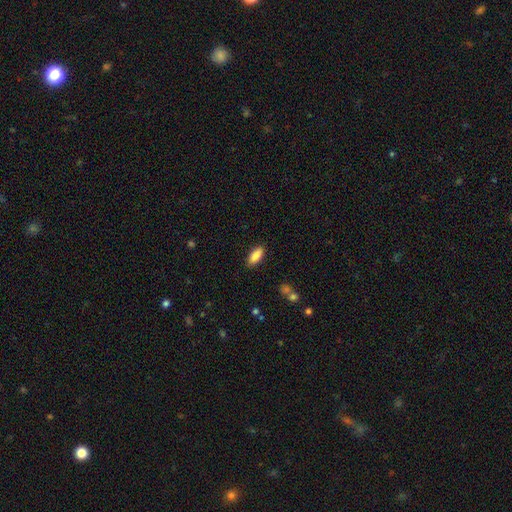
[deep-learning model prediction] smooth_or_featured: smooth (p=0.88) [alt: star or artifact p=0.07]
how_rounded: in between (p=0.79) [alt: cigar-shaped p=0.19]
merging: none (p=0.87) [alt: minor disturbance p=0.09]